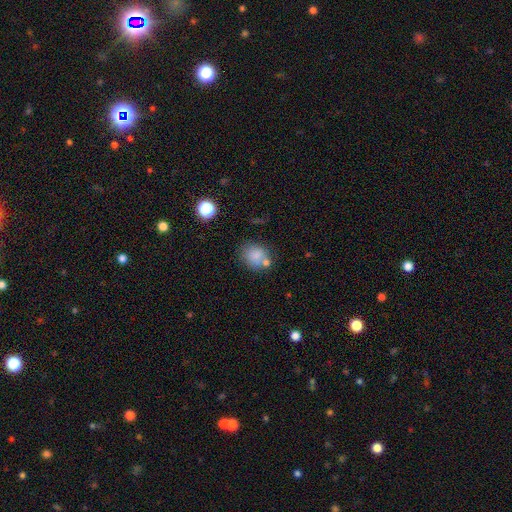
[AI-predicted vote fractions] Q: Smooth or featured?
A: smooth (79%); runner-up: star or artifact (11%)
Q: How rounded?
A: round (61%); runner-up: in between (38%)
Q: Merging?
A: none (60%); runner-up: merger (17%)